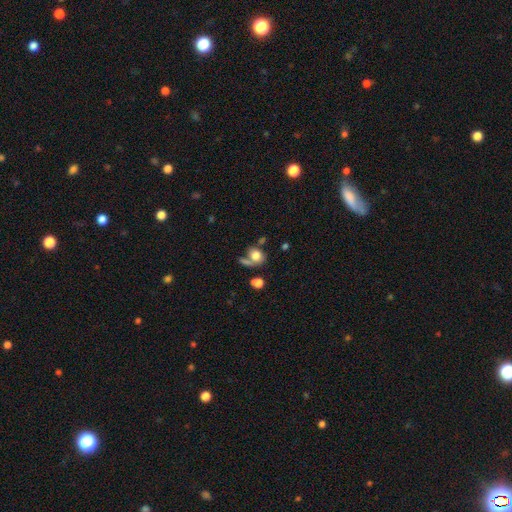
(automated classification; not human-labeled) This appears to be a smooth galaxy with no disk features (75%) that is round (59%). Merging: none (42%).